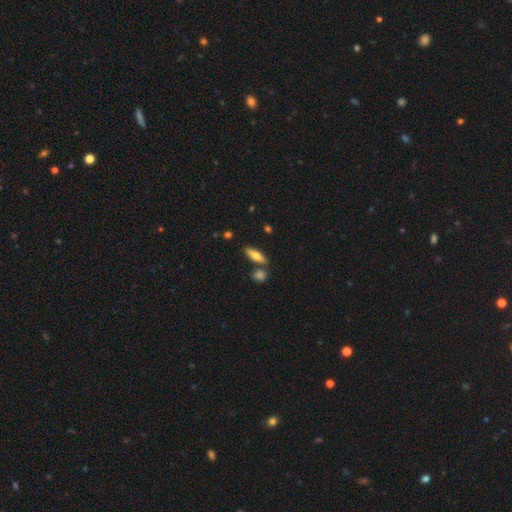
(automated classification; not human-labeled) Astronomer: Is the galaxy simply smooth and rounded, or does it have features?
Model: smooth — 62%.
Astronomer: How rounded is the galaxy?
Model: cigar-shaped — 53% (runner-up: in between, 44%).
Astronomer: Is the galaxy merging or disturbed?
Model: none — 76%.